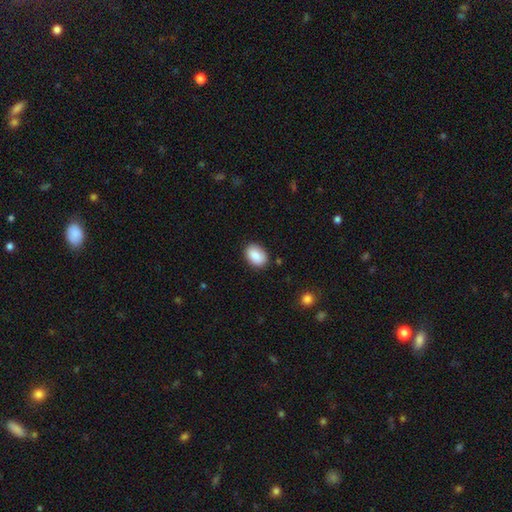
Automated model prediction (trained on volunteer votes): smooth 88%, star or artifact 7%, featured or disk 5%. Down the decision tree: how rounded — in between (84%); merging — none (85%).